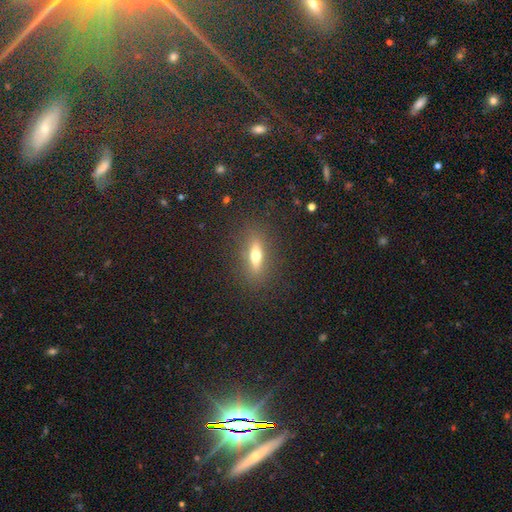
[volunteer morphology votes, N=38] A smooth galaxy with no disk features (61%) that is in between round and cigar-shaped (70%).

Vote fractions:
- Smooth or featured? smooth: 61% / featured or disk: 34% / star or artifact: 5%
- How rounded? in between: 70% / cigar-shaped: 22% / round: 9%
- Merging? none: 92% / major disturbance: 6% / minor disturbance: 3% / merger: 0%